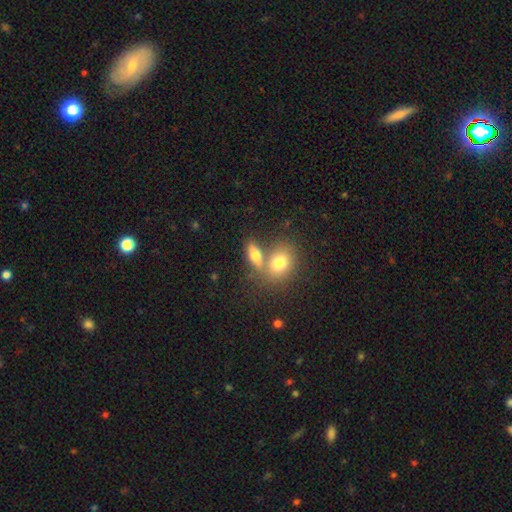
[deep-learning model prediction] Smooth or featured: smooth — 71% (featured or disk — 20%)
How rounded: in between — 74% (round — 13%)
Merging: merger — 46% (none — 41%)